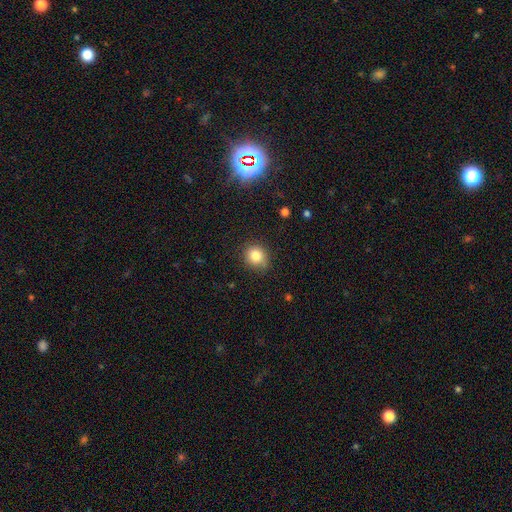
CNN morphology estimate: A smooth galaxy with no disk features (82%) that is round (84%).

Vote fractions:
- Smooth or featured? smooth: 82% / star or artifact: 11% / featured or disk: 7%
- How rounded? round: 84% / in between: 16% / cigar-shaped: 1%
- Merging? none: 80% / minor disturbance: 16% / major disturbance: 3% / merger: 2%